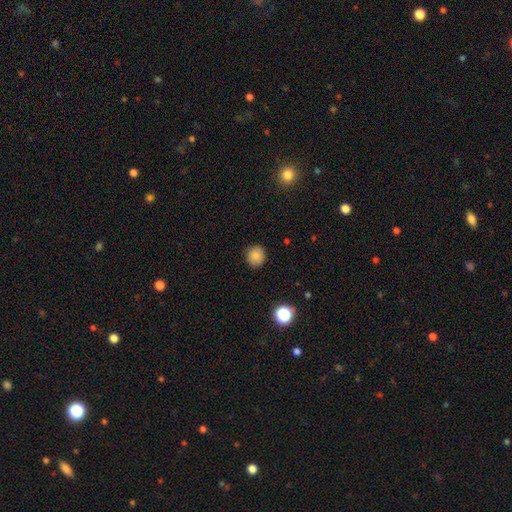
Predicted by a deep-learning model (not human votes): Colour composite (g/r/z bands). It shows a smooth galaxy with no disk features (84%) that is round (86%). Merging: none (89%).